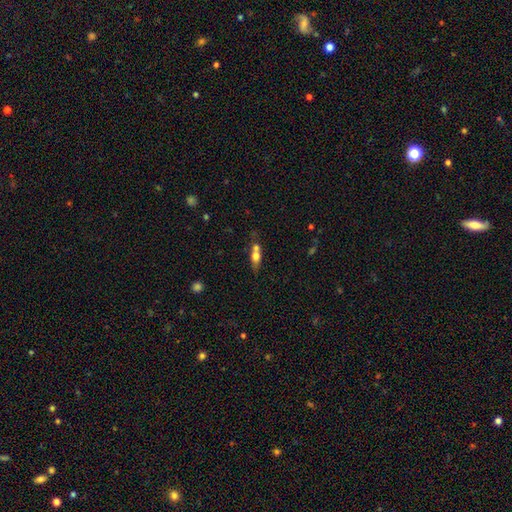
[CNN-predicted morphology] Overall: smooth (64%; featured or disk 27%). How rounded: in between (63%). Merging: merger (46%; none 36%).